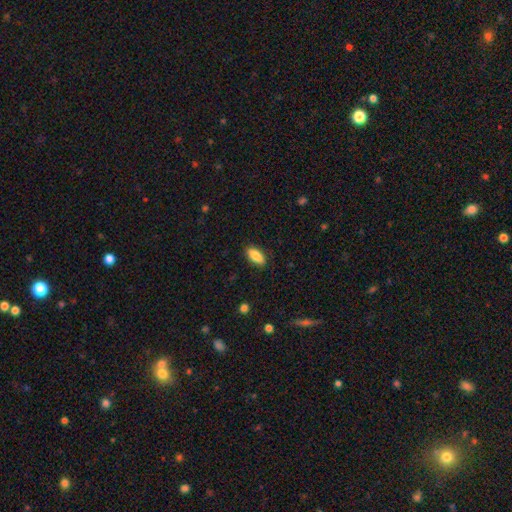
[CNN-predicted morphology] Overall: smooth (85%). How rounded: in between (81%). Merging: none (87%).